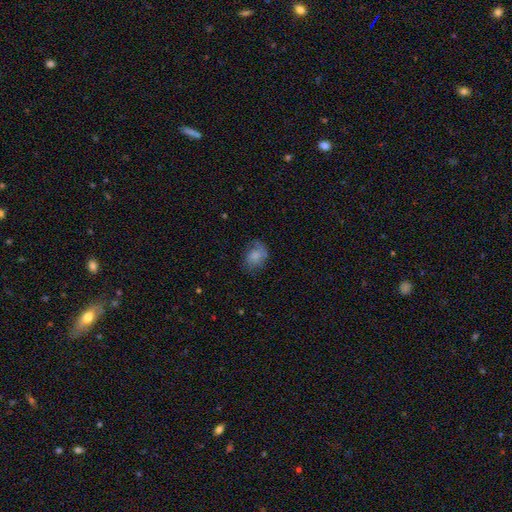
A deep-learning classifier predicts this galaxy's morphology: type=smooth (67%); roundness=in between (61%); merging=none (61%).